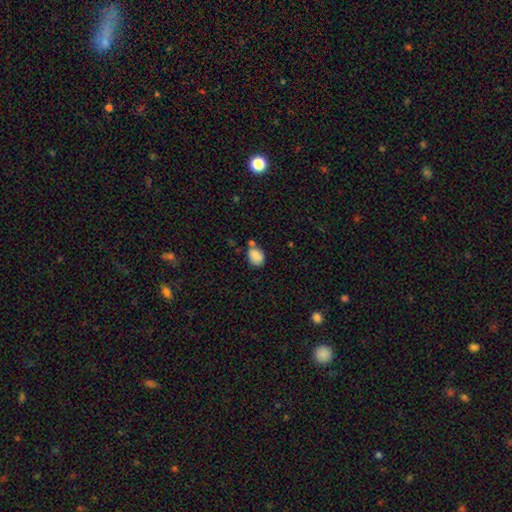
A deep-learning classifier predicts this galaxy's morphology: This is clearly a smooth galaxy (86%). How rounded: likely in between (66%). Merging: possibly none (59%).